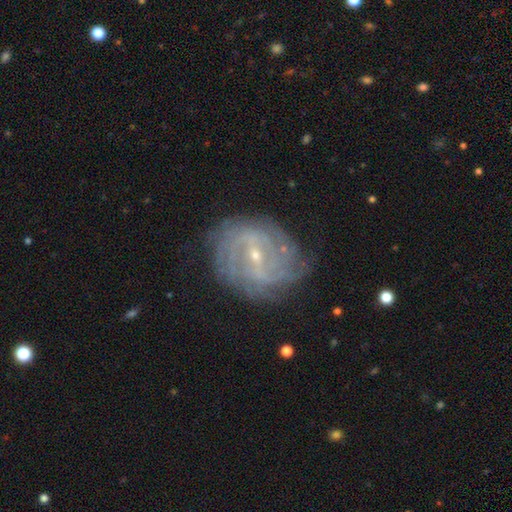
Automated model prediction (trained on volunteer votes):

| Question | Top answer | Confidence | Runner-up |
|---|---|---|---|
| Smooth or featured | featured or disk | 86% | smooth (7%) |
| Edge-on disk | no | 96% | yes (4%) |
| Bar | weak | 48% | strong (36%) |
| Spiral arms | yes | 91% | no (9%) |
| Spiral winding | tight | 56% | medium (32%) |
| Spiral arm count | can't tell | 40% | 2 (24%) |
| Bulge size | small | 77% | moderate (20%) |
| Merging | none | 74% | minor disturbance (17%) |